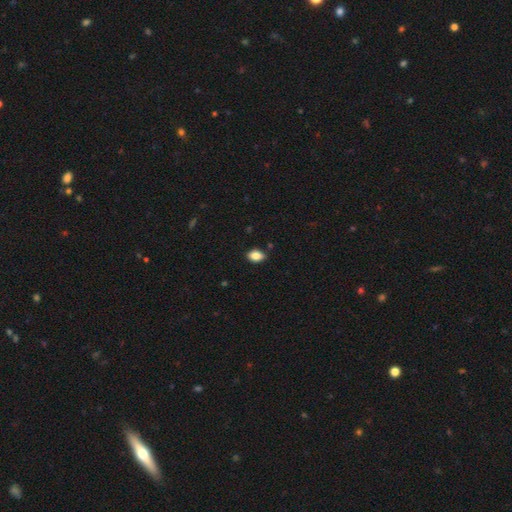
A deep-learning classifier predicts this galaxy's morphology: This appears to be a smooth galaxy with no disk features (86%) that is in between round and cigar-shaped (85%). Merging: none (84%).